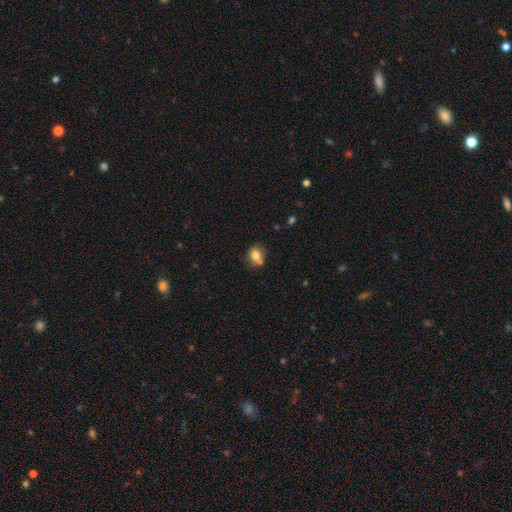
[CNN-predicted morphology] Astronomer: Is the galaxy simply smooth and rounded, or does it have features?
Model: smooth — 77%.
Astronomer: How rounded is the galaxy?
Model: round — 69%.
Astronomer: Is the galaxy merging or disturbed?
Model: none — 61%.